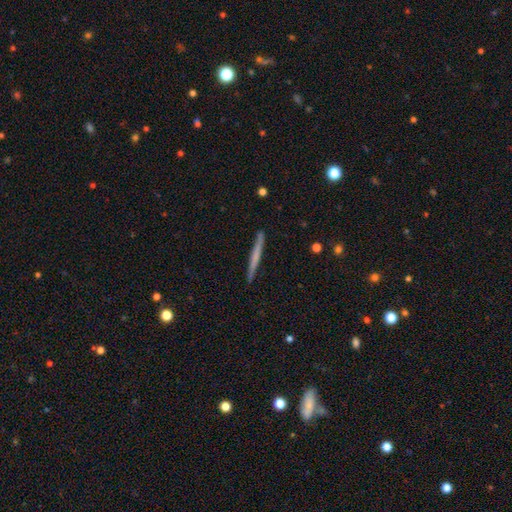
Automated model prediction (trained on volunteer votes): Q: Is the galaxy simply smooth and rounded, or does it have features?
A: smooth — 50%.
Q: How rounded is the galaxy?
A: cigar-shaped — 97%.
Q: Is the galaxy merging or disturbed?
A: none — 91%.